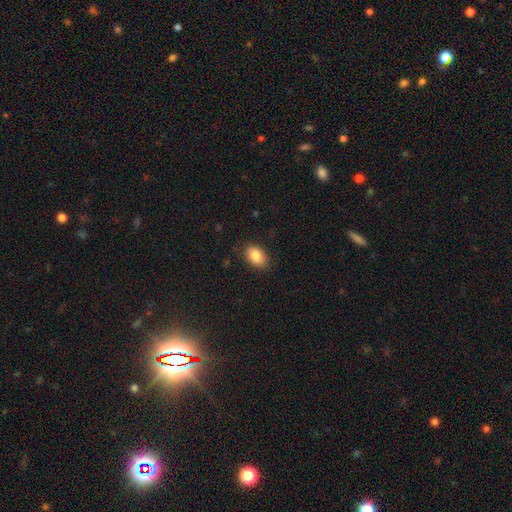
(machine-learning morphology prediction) This is clearly a smooth galaxy (86%). How rounded: clearly in between (85%). Merging: clearly none (84%).